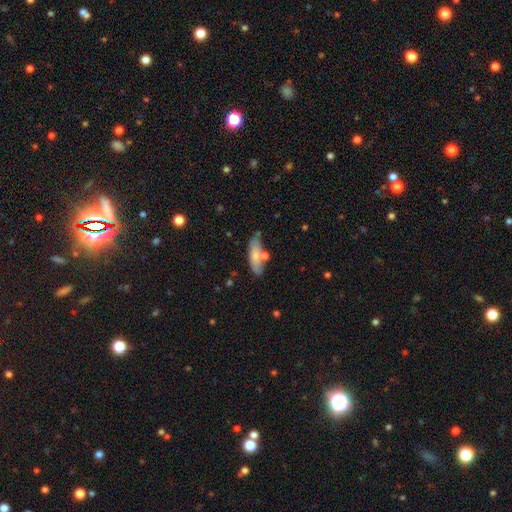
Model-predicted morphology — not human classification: smooth-or-featured: smooth: 70% | featured or disk: 23% | star or artifact: 6%
  how-rounded: in between: 55% | cigar-shaped: 43% | round: 2%
  merging: none: 62% | minor disturbance: 21% | merger: 13% | major disturbance: 5%